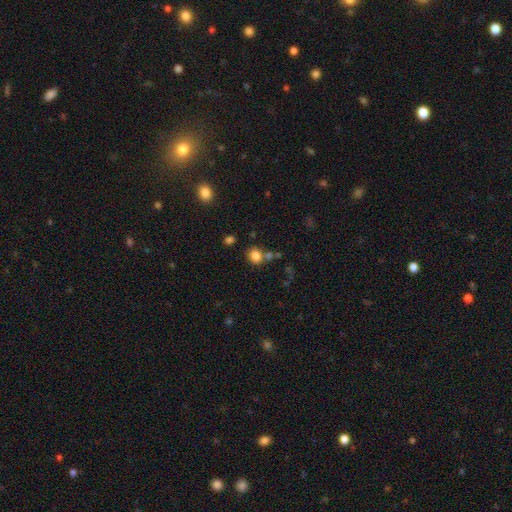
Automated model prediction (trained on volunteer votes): Q: Smooth or featured?
A: smooth (83%); runner-up: star or artifact (11%)
Q: How rounded?
A: round (73%); runner-up: in between (26%)
Q: Merging?
A: none (70%); runner-up: merger (15%)